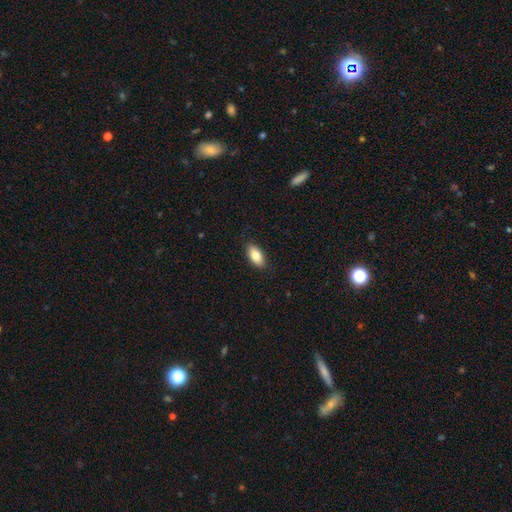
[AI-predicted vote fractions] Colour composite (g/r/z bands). It shows a smooth galaxy with no disk features (84%) that is in between round and cigar-shaped (91%). Merging: none (89%).